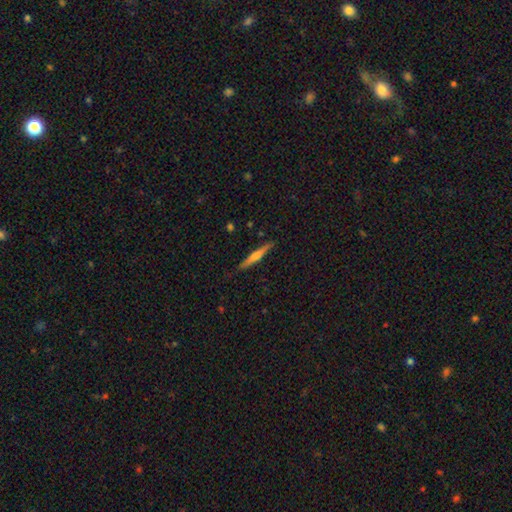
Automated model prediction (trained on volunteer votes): A featured or disk galaxy (63%) viewed edge-on (98%) with a rounded central bulge (79%).

Vote fractions:
- Smooth or featured? featured or disk: 63% / smooth: 32% / star or artifact: 6%
- Edge-on disk? yes: 98% / no: 2%
- Edge-on bulge? rounded: 79% / none: 12% / boxy: 8%
- Merging? none: 89% / minor disturbance: 8% / major disturbance: 2% / merger: 1%